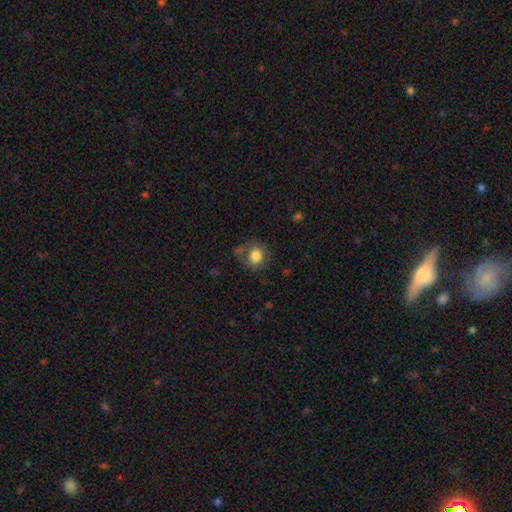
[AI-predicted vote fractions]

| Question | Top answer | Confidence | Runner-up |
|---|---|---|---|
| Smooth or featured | smooth | 78% | featured or disk (13%) |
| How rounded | round | 74% | in between (25%) |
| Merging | none | 59% | minor disturbance (22%) |